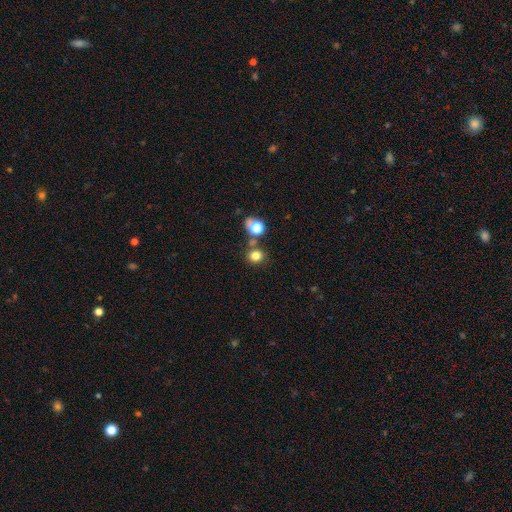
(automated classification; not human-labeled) Overall: smooth (78%). How rounded: round (83%). Merging: none (69%).